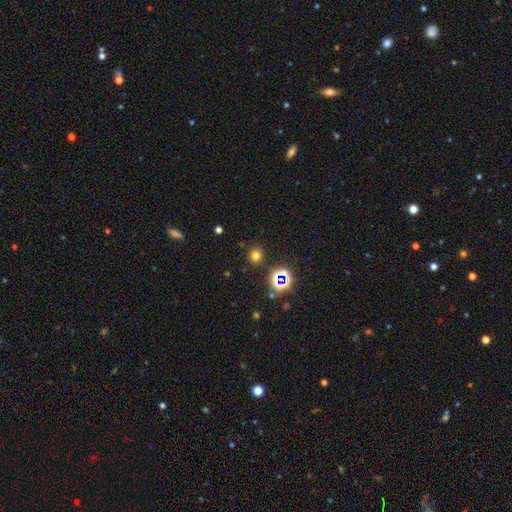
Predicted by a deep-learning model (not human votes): Smooth or featured? Predicted: smooth (p=0.69). How rounded? Predicted: round (p=0.89). Merging? Predicted: none (p=0.88).